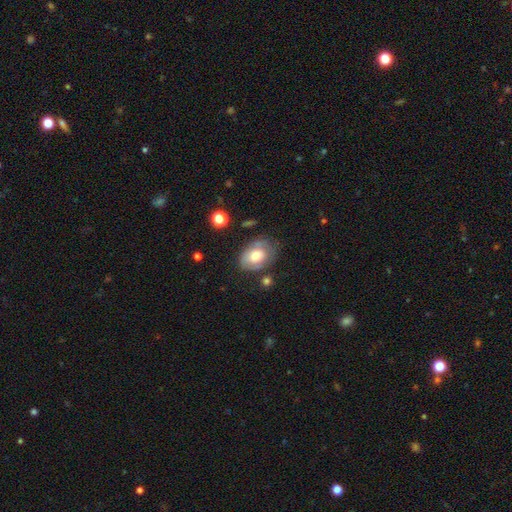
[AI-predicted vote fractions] Smooth or featured: smooth — 60% (featured or disk — 33%)
How rounded: in between — 76% (round — 23%)
Merging: none — 58% (minor disturbance — 27%)